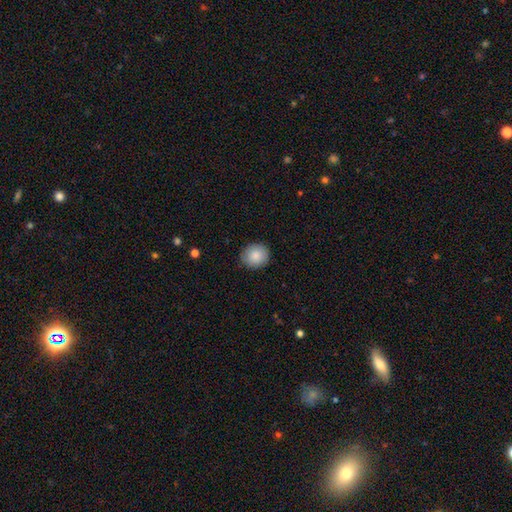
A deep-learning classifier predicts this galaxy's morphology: Smooth or featured? smooth (86%)
How rounded? round (81%)
Merging? none (88%)